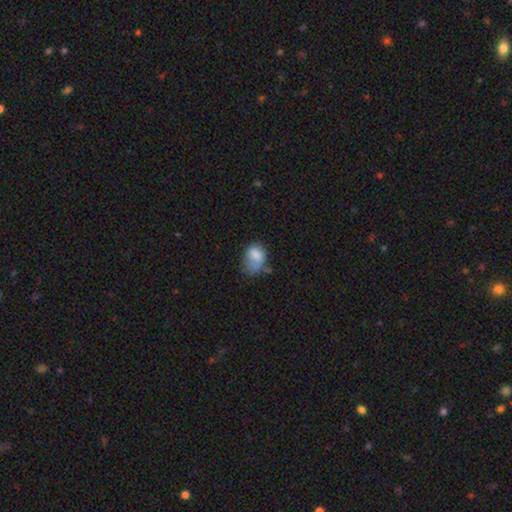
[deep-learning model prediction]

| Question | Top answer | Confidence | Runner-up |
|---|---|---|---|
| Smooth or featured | smooth | 75% | featured or disk (16%) |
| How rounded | in between | 67% | round (31%) |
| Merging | minor disturbance | 32% | major disturbance (30%) |